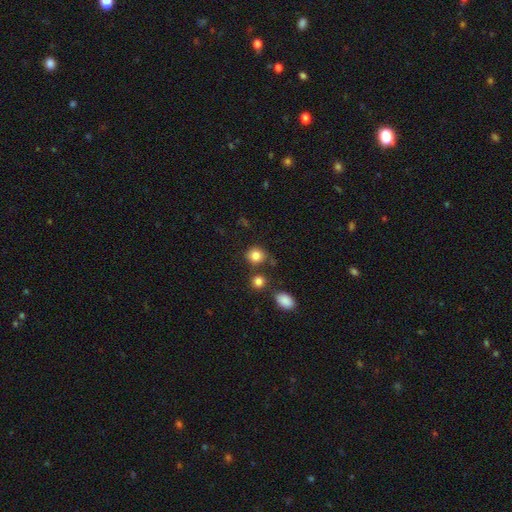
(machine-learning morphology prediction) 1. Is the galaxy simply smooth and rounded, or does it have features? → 83% smooth, 11% star or artifact, 6% featured or disk.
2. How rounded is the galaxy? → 78% round, 21% in between, 1% cigar-shaped.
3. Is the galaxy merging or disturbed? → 74% none, 13% minor disturbance, 9% merger, 4% major disturbance.